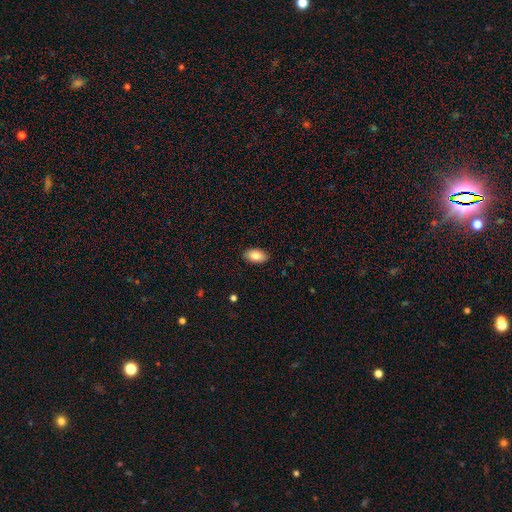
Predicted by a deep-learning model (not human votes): smooth-or-featured: smooth: 85% | featured or disk: 8% | star or artifact: 7%
  how-rounded: in between: 94% | round: 4% | cigar-shaped: 2%
  merging: none: 89% | minor disturbance: 8% | major disturbance: 2% | merger: 1%